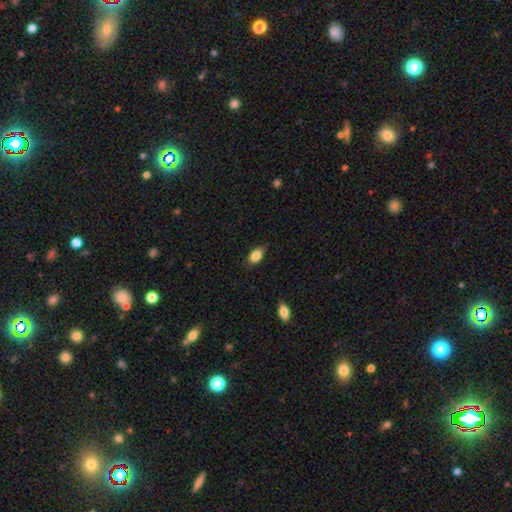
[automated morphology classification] A smooth galaxy with no disk features (86%) that is in between round and cigar-shaped (88%). Merging: none (84%).